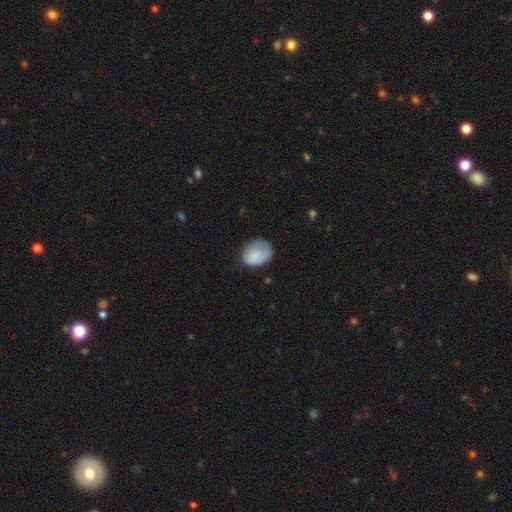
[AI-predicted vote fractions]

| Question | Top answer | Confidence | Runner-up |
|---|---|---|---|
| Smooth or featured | smooth | 80% | featured or disk (13%) |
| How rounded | in between | 57% | round (42%) |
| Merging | none | 56% | minor disturbance (31%) |